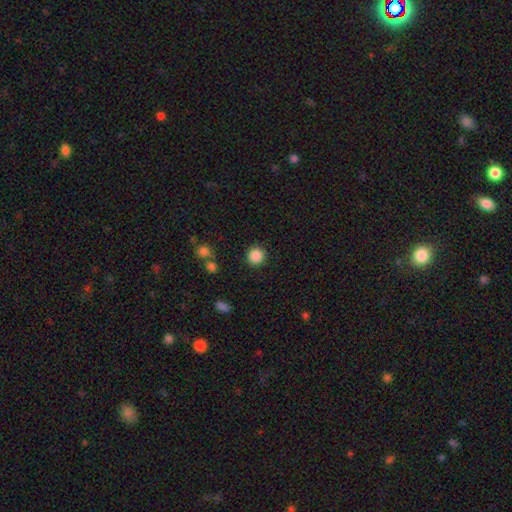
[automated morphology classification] smooth 87%, star or artifact 10%, featured or disk 3%. Down the decision tree: how rounded — round (94%); merging — none (90%).